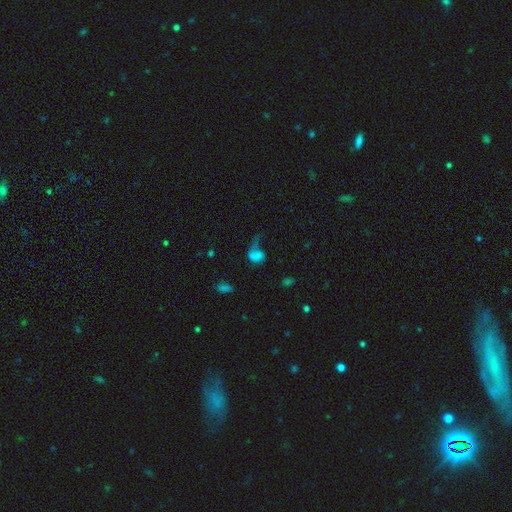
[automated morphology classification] Overall: smooth (57%; featured or disk 27%). How rounded: in between (67%; round 30%). Merging: major disturbance (52%; none 22%).